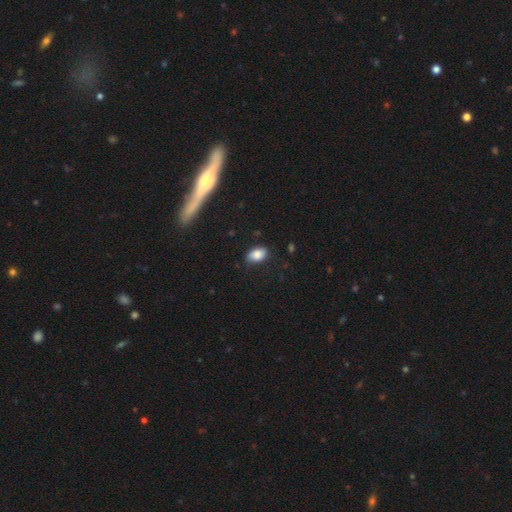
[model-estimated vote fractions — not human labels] Overall: smooth (83%). How rounded: in between (88%). Merging: none (76%).